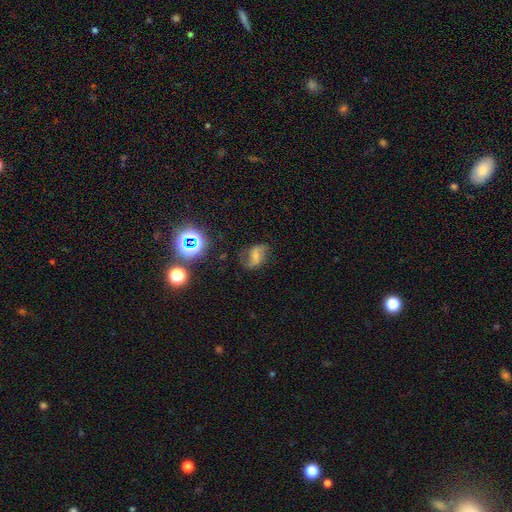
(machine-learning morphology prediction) Overall: featured or disk (64%). Edge-on disk: no (97%). Bar: weak (41%; no 34%). Spiral arms: yes (88%). Spiral arm count: 2 (83%). Spiral winding: loose (62%; medium 30%). Bulge size: small (49%; moderate 30%). Merging: none (61%; minor disturbance 22%).